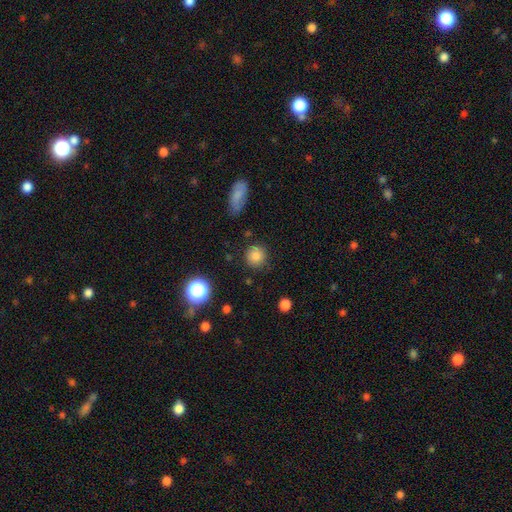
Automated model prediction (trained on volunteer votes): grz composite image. It shows a smooth galaxy with no disk features (83%) that is round (91%). Merging: none (84%).